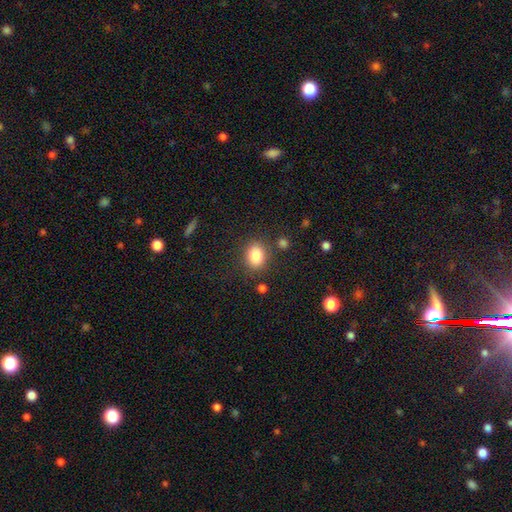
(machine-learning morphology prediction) The model was most divided on "how rounded": in between: 56%, round: 43%, cigar-shaped: 1%. More confident: smooth or featured — smooth (85%); merging — none (81%).